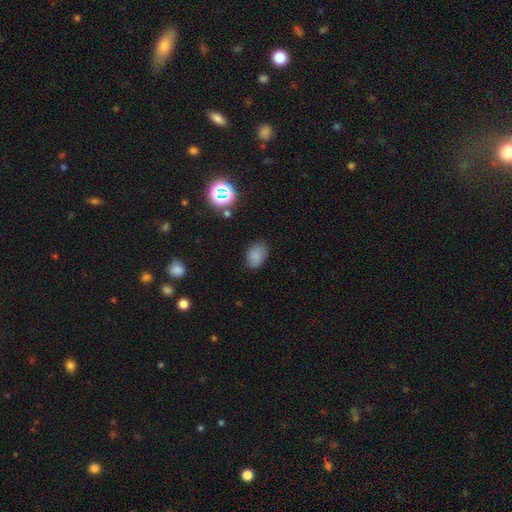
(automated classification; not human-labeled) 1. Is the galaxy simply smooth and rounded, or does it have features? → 81% smooth, 13% star or artifact, 6% featured or disk.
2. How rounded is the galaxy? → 83% in between, 15% round, 1% cigar-shaped.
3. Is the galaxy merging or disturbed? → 77% none, 17% minor disturbance, 4% major disturbance, 2% merger.